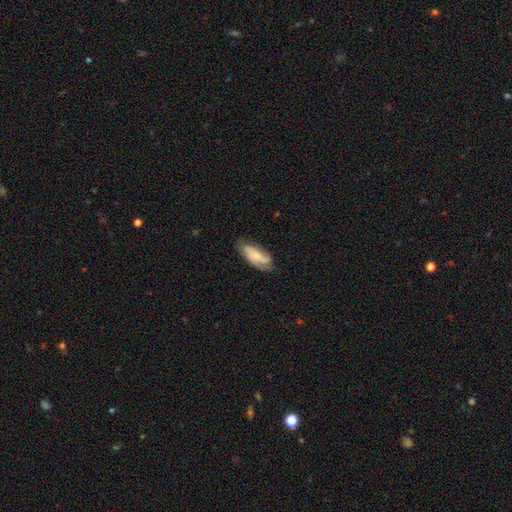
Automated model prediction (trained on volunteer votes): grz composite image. It shows a featured or disk galaxy (60%) with no bar (59%), spiral arms (89%) and a small central bulge (60%). Merging: none (59%).